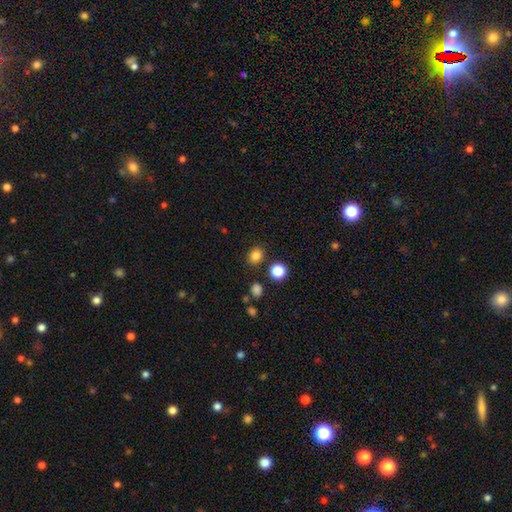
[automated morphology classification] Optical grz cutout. It shows a smooth galaxy with no disk features (84%) that is round (59%). Merging: none (82%).